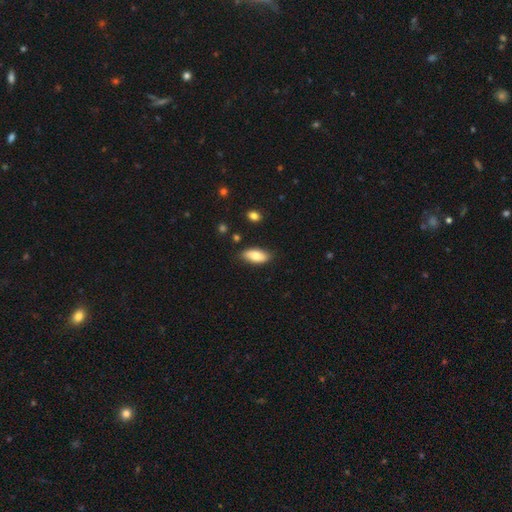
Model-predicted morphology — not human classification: smooth 79%, featured or disk 15%, star or artifact 6%. Down the decision tree: how rounded — in between (88%); merging — none (84%).